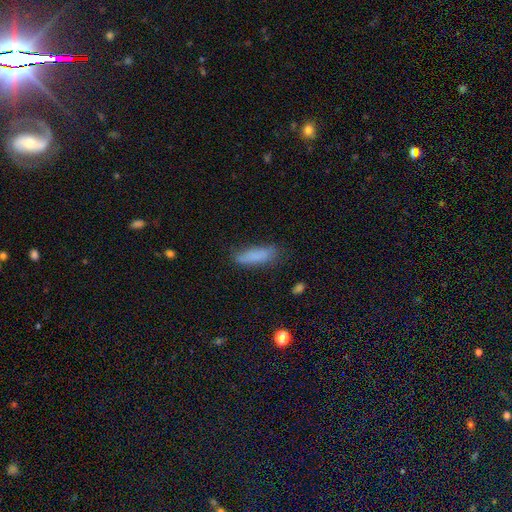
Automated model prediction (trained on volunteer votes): Overall: smooth (82%). How rounded: cigar-shaped (56%; in between 42%). Merging: none (67%).